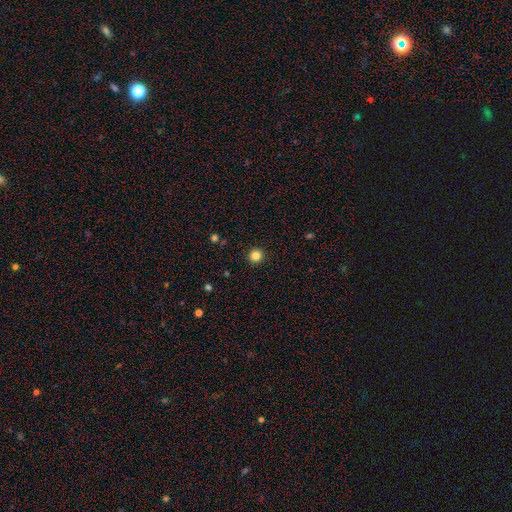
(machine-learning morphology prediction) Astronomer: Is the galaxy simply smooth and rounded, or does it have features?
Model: smooth — 83%.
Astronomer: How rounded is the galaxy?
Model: round — 94%.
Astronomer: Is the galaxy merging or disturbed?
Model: none — 93%.